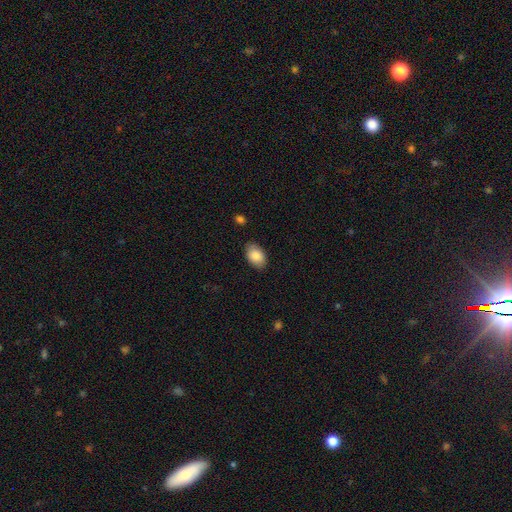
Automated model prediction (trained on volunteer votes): A smooth galaxy with no disk features (87%) that is in between round and cigar-shaped (90%). Merging: none (85%).